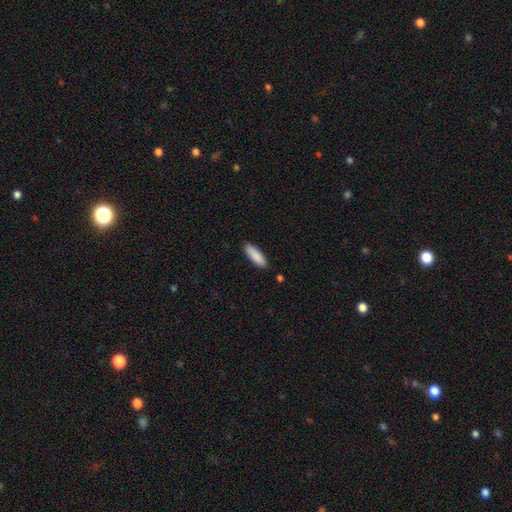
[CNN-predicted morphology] A smooth galaxy with no disk features (89%) that is in between round and cigar-shaped (52%).

Vote fractions:
- Smooth or featured? smooth: 89% / star or artifact: 6% / featured or disk: 5%
- How rounded? in between: 52% / cigar-shaped: 46% / round: 1%
- Merging? none: 88% / minor disturbance: 8% / major disturbance: 2% / merger: 2%